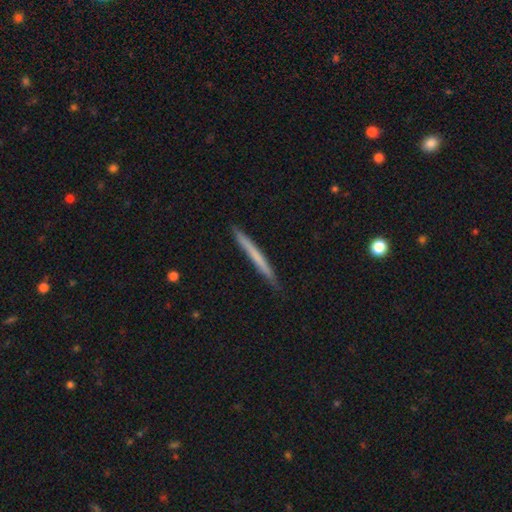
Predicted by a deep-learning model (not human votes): Smooth or featured? Predicted: smooth (p=0.59). How rounded? Predicted: cigar-shaped (p=0.97). Merging? Predicted: none (p=0.89).